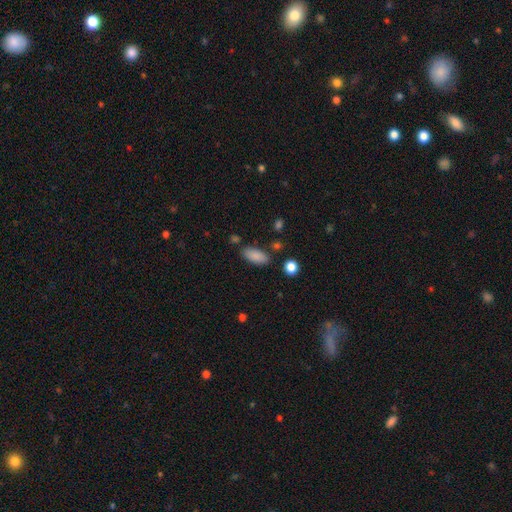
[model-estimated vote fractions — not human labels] smooth 87%, star or artifact 7%, featured or disk 6%. Down the decision tree: how rounded — in between (85%); merging — none (80%).